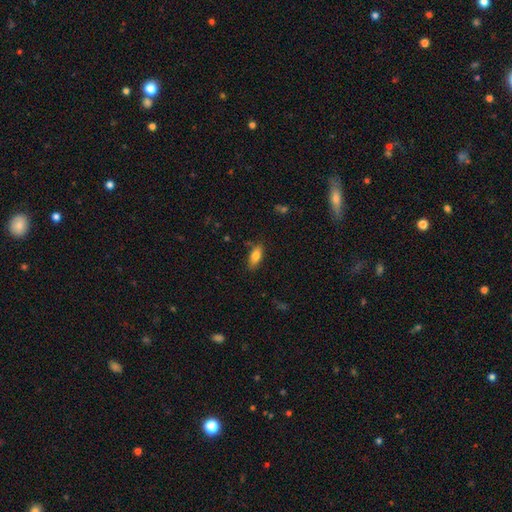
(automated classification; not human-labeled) Smooth or featured? Predicted: smooth (p=0.81). How rounded? Predicted: in between (p=0.84). Merging? Predicted: none (p=0.79).